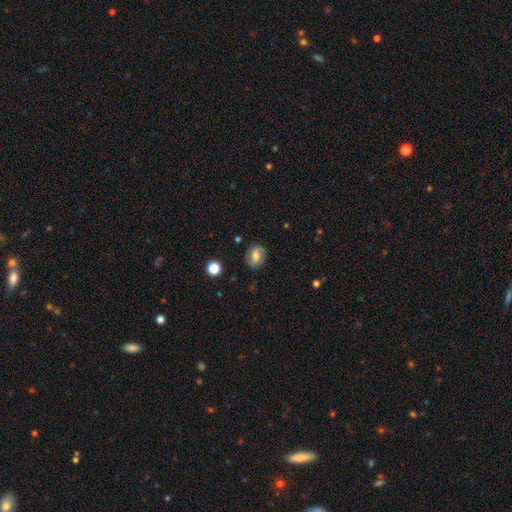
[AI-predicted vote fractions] A featured or disk galaxy (53%) with a weak bar (42%), spiral arms (77%) and a moderate central bulge (65%).

Vote fractions:
- Smooth or featured? featured or disk: 53% / smooth: 38% / star or artifact: 8%
- Edge-on disk? no: 95% / yes: 5%
- Bar? weak: 42% / no: 29% / strong: 29%
- Spiral arms? yes: 77% / no: 23%
- Bulge size? moderate: 65% / small: 16% / large: 14% / none: 3% / dominant: 2%
- Merging? none: 82% / minor disturbance: 13% / major disturbance: 4% / merger: 1%